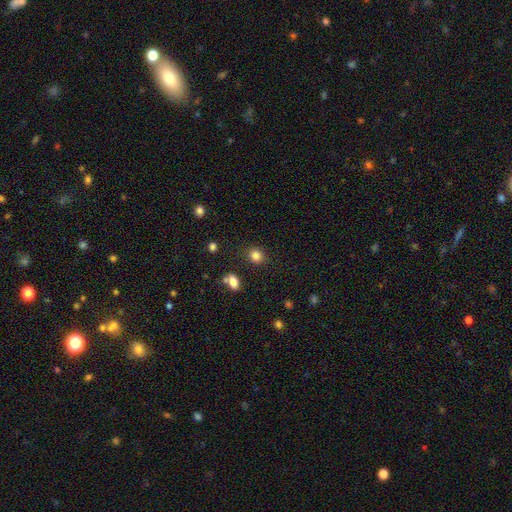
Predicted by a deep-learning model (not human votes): smooth_or_featured: smooth (p=0.83) [alt: star or artifact p=0.12]
how_rounded: round (p=0.74) [alt: in between p=0.25]
merging: none (p=0.85) [alt: minor disturbance p=0.09]